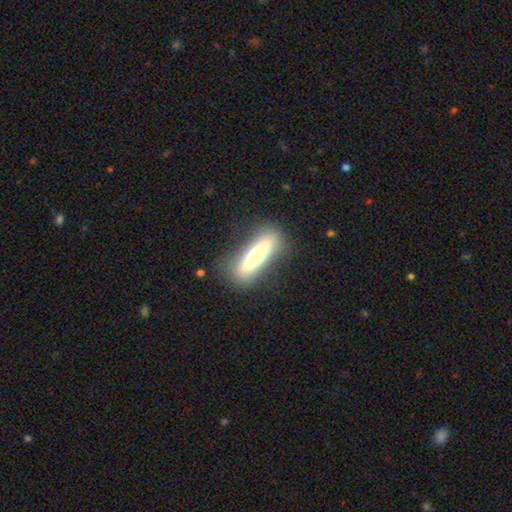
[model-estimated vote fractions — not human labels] Morphology: type=featured or disk (46%, tied with smooth); merging=none (82%).